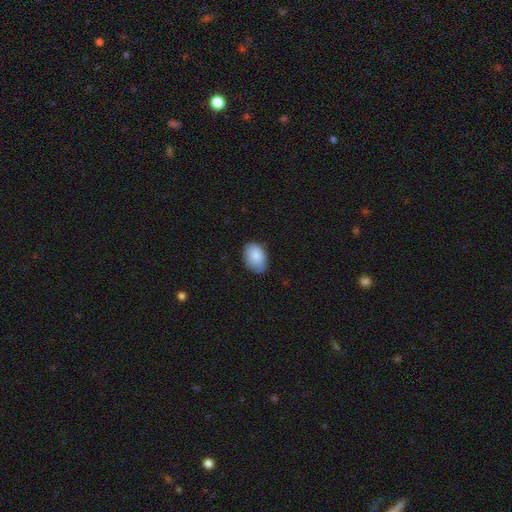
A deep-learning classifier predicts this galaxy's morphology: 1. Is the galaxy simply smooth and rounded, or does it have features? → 88% smooth, 6% star or artifact, 6% featured or disk.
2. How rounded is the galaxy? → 86% in between, 13% round, 1% cigar-shaped.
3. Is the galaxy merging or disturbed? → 75% none, 21% minor disturbance, 3% major disturbance, 1% merger.